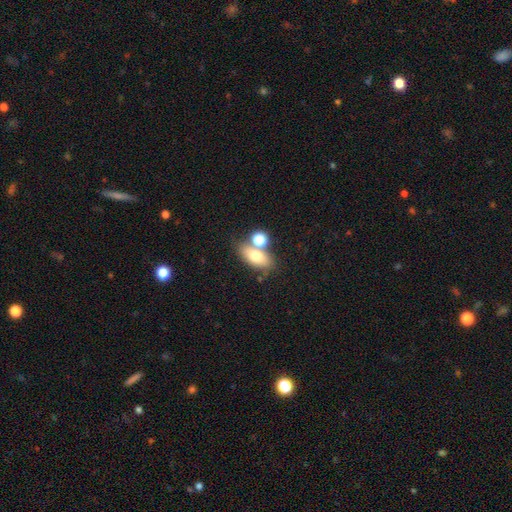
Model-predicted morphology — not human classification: This is likely a smooth galaxy (70%). How rounded: likely in between (77%). Merging: possibly none (53%).